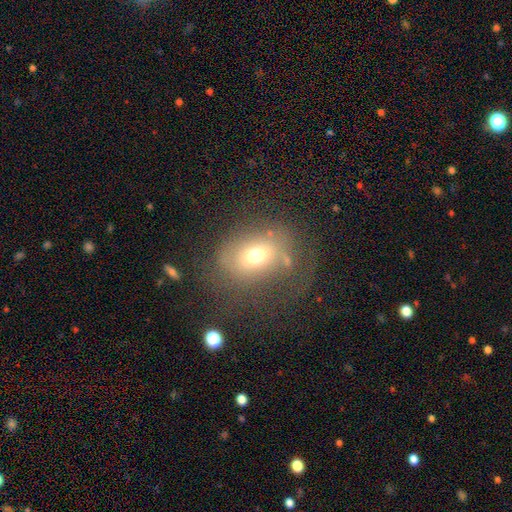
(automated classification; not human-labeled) Smooth or featured? Predicted: smooth (p=0.59). How rounded? Predicted: in between (p=0.55). Merging? Predicted: none (p=0.48).